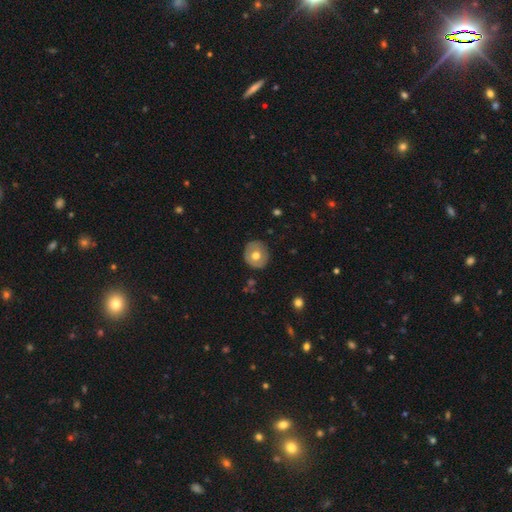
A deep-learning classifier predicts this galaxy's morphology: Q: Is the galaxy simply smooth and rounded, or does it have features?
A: smooth — 61%.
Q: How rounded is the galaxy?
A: round — 88%.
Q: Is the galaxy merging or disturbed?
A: none — 86%.